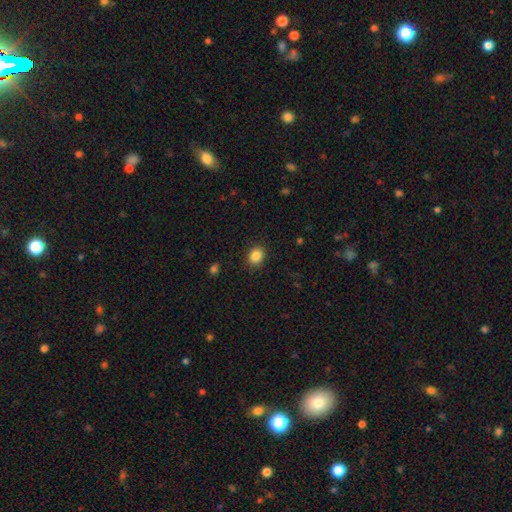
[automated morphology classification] This is clearly a smooth galaxy (86%). How rounded: possibly round (52%). Merging: clearly none (87%).